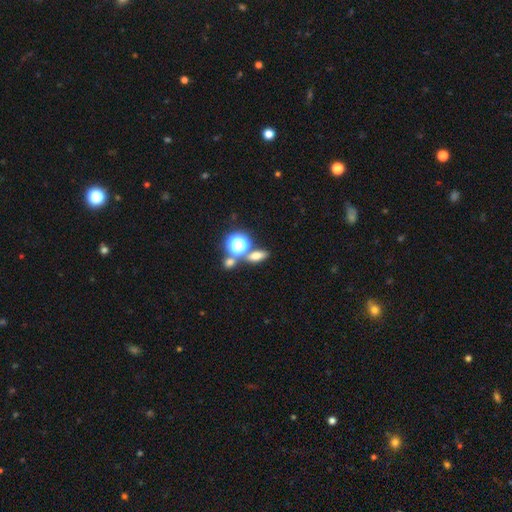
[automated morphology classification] A smooth galaxy with no disk features (65%) that is in between round and cigar-shaped (62%).

Vote fractions:
- Smooth or featured? smooth: 65% / star or artifact: 22% / featured or disk: 14%
- How rounded? in between: 62% / round: 25% / cigar-shaped: 12%
- Merging? none: 69% / merger: 18% / minor disturbance: 9% / major disturbance: 4%